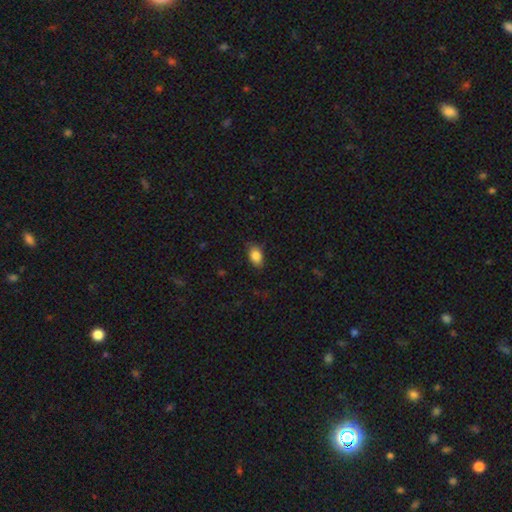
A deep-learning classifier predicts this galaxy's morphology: This appears to be a smooth galaxy with no disk features (85%) that is in between round and cigar-shaped (85%). Merging: none (82%).